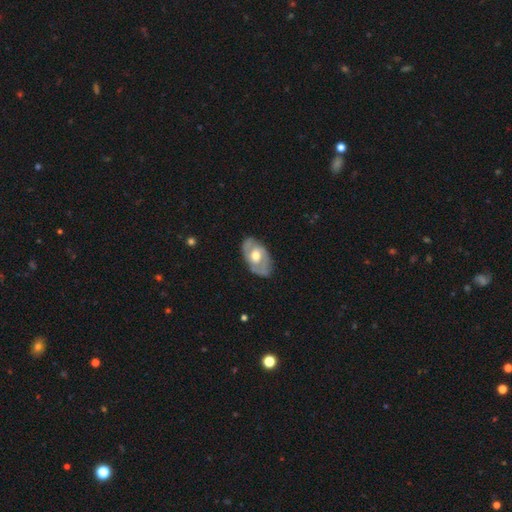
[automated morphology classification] This is likely a featured or disk galaxy (61%). It is clearly not viewed edge-on (91%). Bar: likely no (67%). Spiral arm pattern: possibly yes (53%). Central bulge: likely moderate (70%). Merging: likely none (76%).